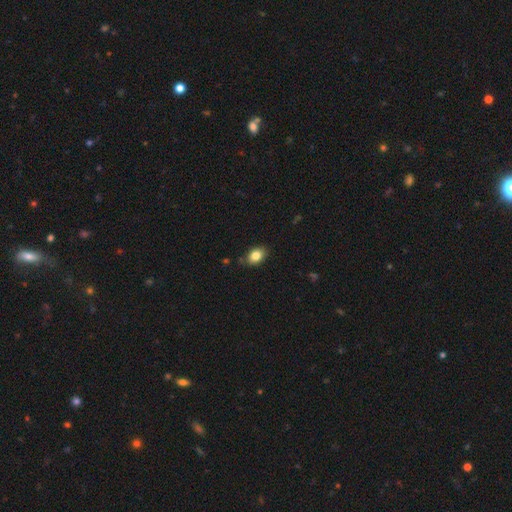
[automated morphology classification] A smooth galaxy with no disk features (84%) that is in between round and cigar-shaped (81%). Merging: none (81%).